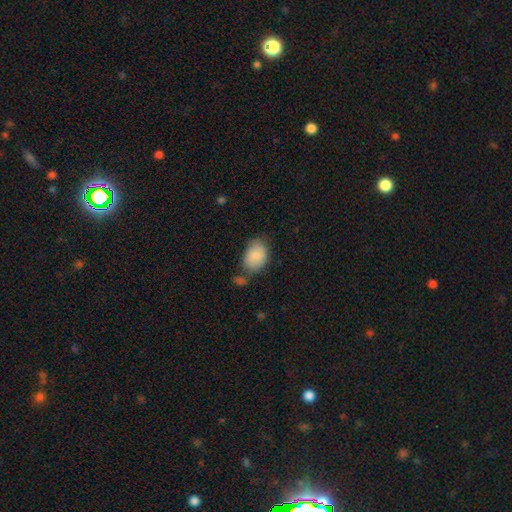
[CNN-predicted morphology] Q: Smooth or featured?
A: smooth (82%); runner-up: featured or disk (11%)
Q: How rounded?
A: in between (83%); runner-up: round (16%)
Q: Merging?
A: none (58%); runner-up: minor disturbance (22%)